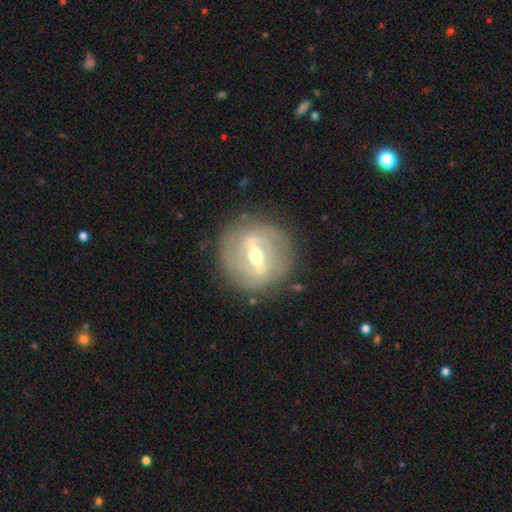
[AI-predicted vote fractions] A featured or disk galaxy (82%) with a strong bar (66%), spiral arms (66%) and a moderate central bulge (69%). Merging: none (83%).